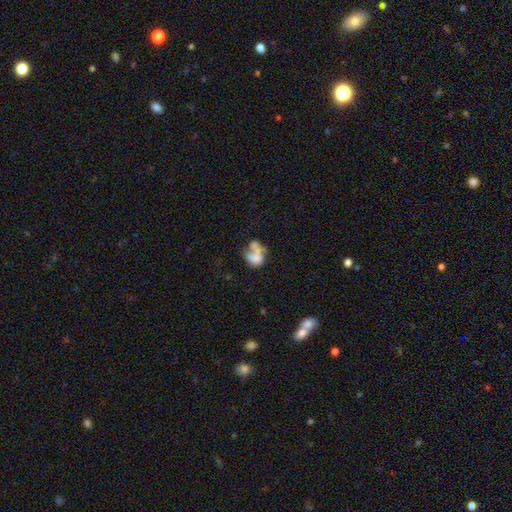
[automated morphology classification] This is possibly a smooth galaxy (47%). Merging: possibly merger (45%).